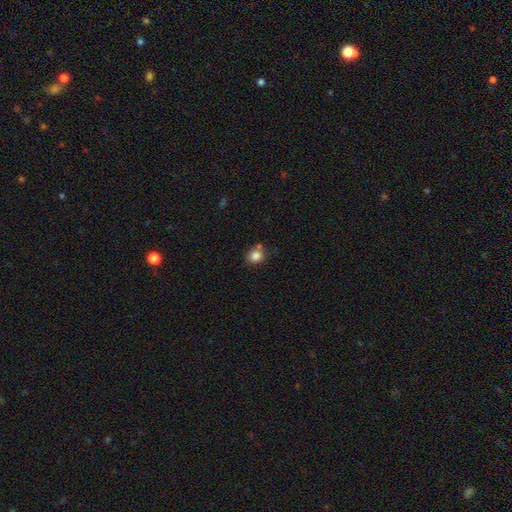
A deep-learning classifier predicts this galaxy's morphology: This is clearly a smooth galaxy (84%). How rounded: likely round (67%). Merging: likely none (64%).